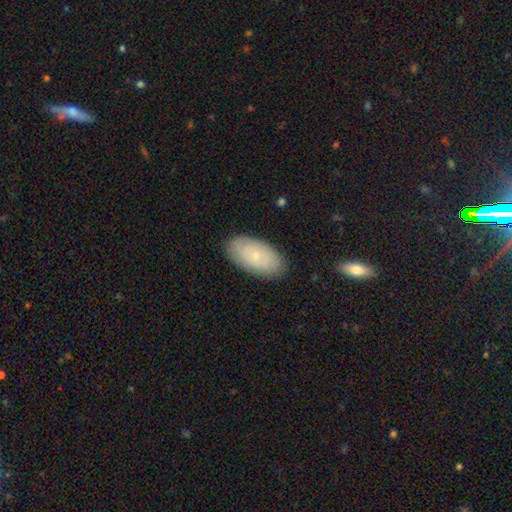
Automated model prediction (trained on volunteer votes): A smooth galaxy with no disk features (64%) that is in between round and cigar-shaped (94%).

Vote fractions:
- Smooth or featured? smooth: 64% / featured or disk: 29% / star or artifact: 7%
- How rounded? in between: 94% / round: 3% / cigar-shaped: 2%
- Merging? none: 86% / minor disturbance: 11% / major disturbance: 2% / merger: 1%